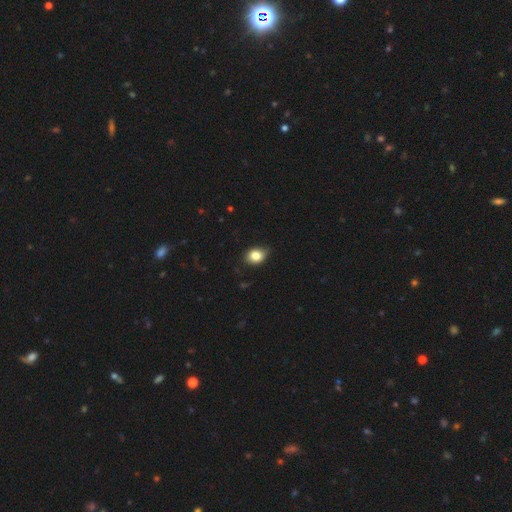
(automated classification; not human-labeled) Q: Smooth or featured?
A: smooth (84%); runner-up: star or artifact (9%)
Q: How rounded?
A: in between (60%); runner-up: round (39%)
Q: Merging?
A: none (79%); runner-up: minor disturbance (17%)